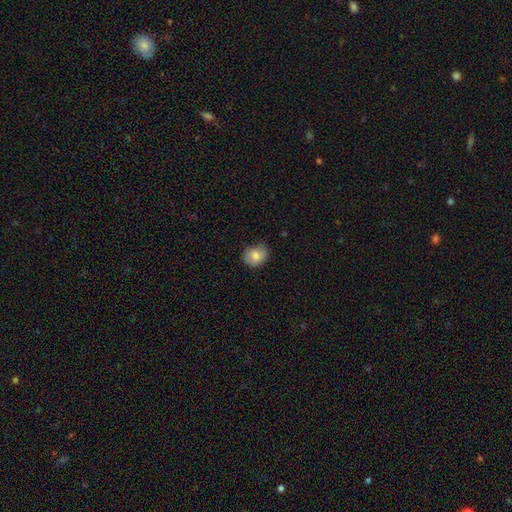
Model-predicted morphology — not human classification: Smooth or featured? smooth (81%)
How rounded? round (52%)
Merging? none (67%)